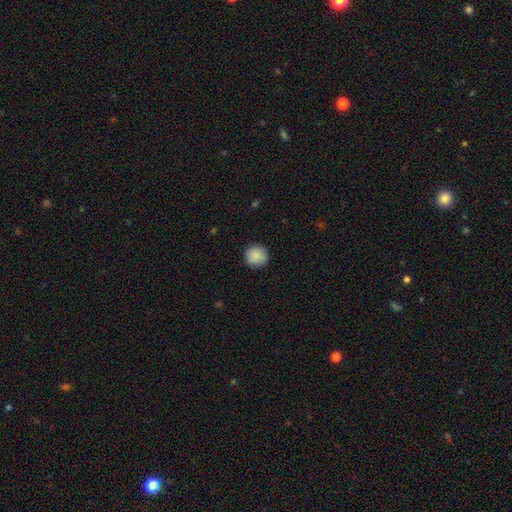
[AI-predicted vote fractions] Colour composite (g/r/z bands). It shows a smooth galaxy with no disk features (88%) that is round (94%). Merging: none (90%).